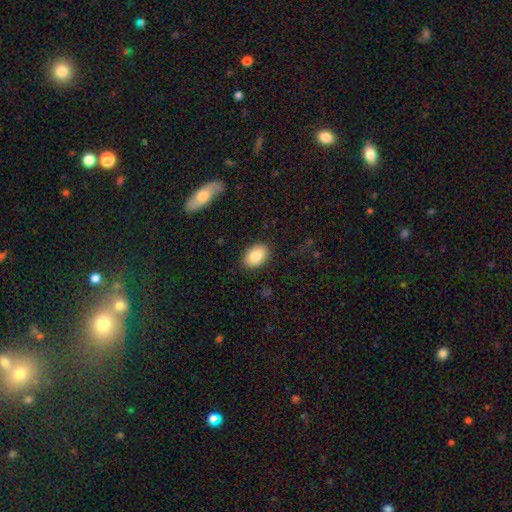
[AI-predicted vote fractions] Morphology: type=smooth (86%); roundness=in between (86%); merging=none (87%).